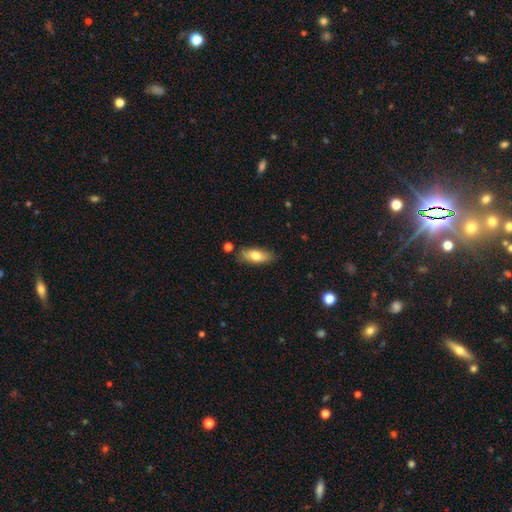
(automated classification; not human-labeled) Morphology: type=smooth (74%); roundness=in between (76%); merging=none (81%).